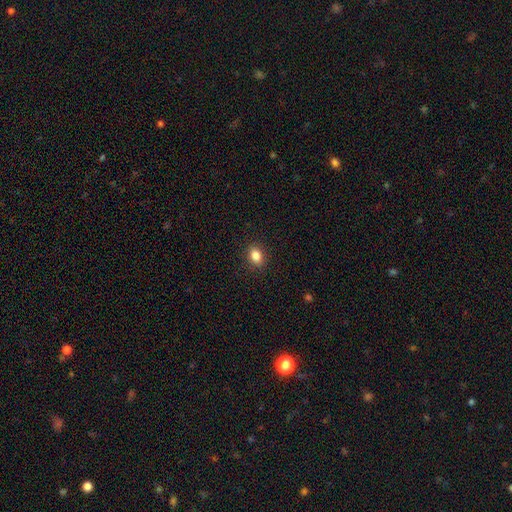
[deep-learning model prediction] A smooth galaxy with no disk features (85%) that is in between round and cigar-shaped (66%). Merging: none (90%).